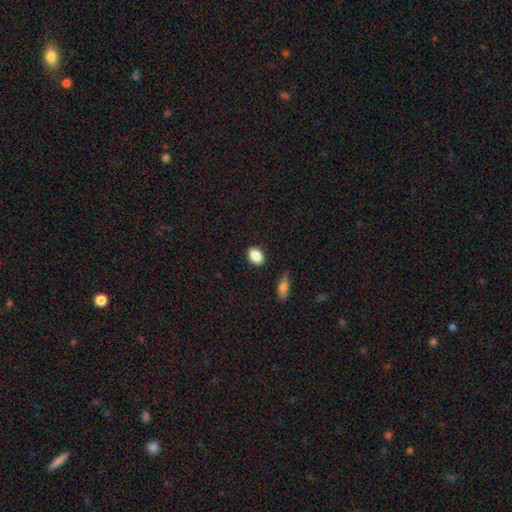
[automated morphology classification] Q: Smooth or featured?
A: smooth (88%); runner-up: star or artifact (8%)
Q: How rounded?
A: in between (77%); runner-up: round (22%)
Q: Merging?
A: none (84%); runner-up: minor disturbance (11%)